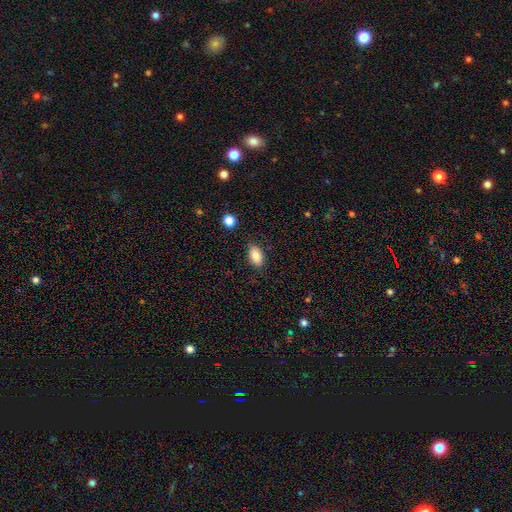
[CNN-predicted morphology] This appears to be a smooth galaxy with no disk features (85%) that is in between round and cigar-shaped (92%). Merging: none (86%).